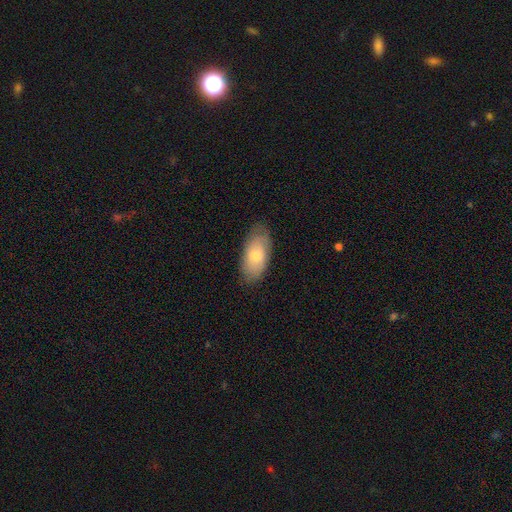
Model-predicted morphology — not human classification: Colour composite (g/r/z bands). It shows a smooth galaxy with no disk features (68%) that is in between round and cigar-shaped (93%). Merging: none (77%).